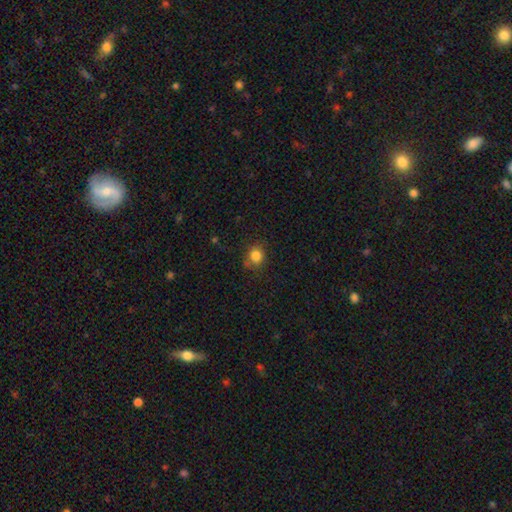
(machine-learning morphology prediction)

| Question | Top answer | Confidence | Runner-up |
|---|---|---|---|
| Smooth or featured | smooth | 83% | star or artifact (12%) |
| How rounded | round | 77% | in between (22%) |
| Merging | none | 75% | minor disturbance (17%) |